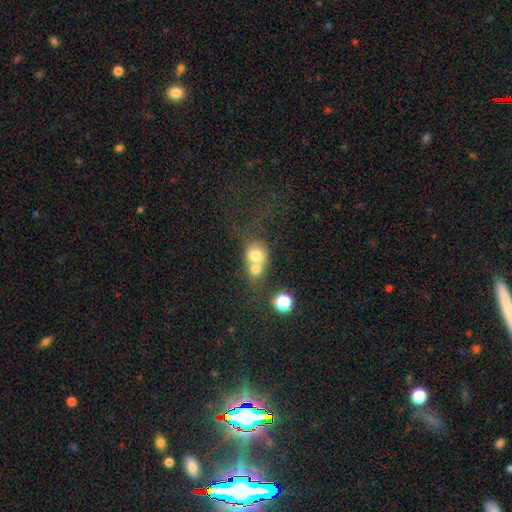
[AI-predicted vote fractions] Overall: smooth (67%). How rounded: round (67%; in between 32%). Merging: merger (68%).